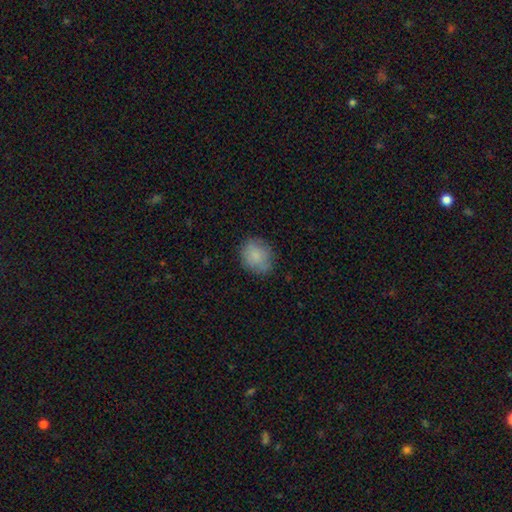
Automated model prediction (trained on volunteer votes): Morphology: type=smooth (84%); roundness=round (58%); merging=none (77%).